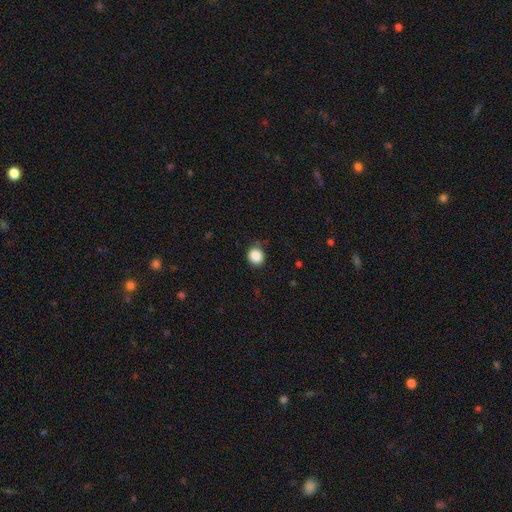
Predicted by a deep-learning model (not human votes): smooth 87%, star or artifact 9%, featured or disk 3%. Down the decision tree: how rounded — round (81%); merging — none (82%).